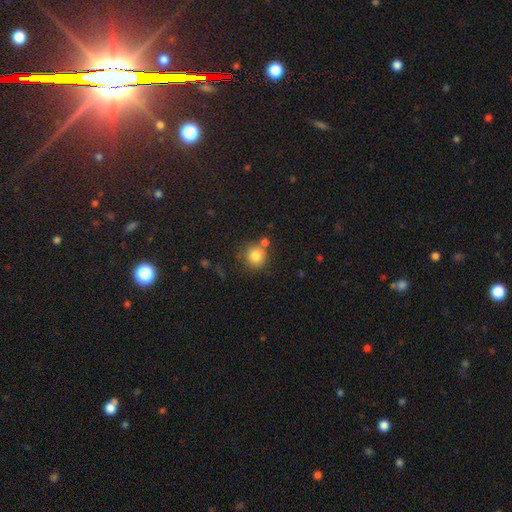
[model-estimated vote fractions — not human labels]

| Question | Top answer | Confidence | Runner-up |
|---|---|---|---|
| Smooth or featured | smooth | 81% | star or artifact (11%) |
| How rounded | round | 91% | in between (8%) |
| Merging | none | 68% | merger (16%) |